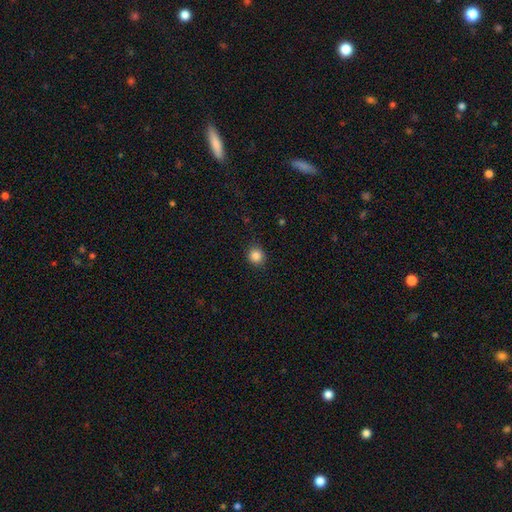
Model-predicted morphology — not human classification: Smooth or featured? Predicted: smooth (p=0.85). How rounded? Predicted: round (p=0.89). Merging? Predicted: none (p=0.90).